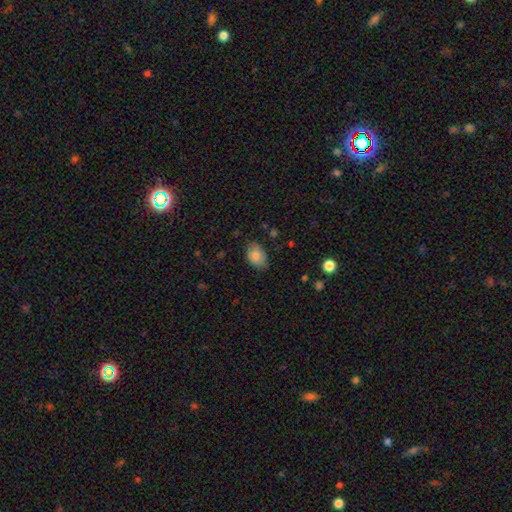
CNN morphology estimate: Smooth or featured?
  - smooth: 85% *
  - featured or disk: 7%
  - star or artifact: 7%
How rounded?
  - in between: 84% *
  - round: 15%
  - cigar-shaped: 1%
Merging?
  - none: 78% *
  - minor disturbance: 18%
  - major disturbance: 4%
  - merger: 1%